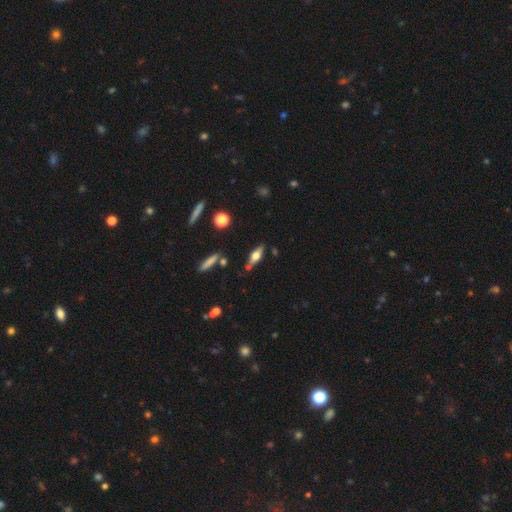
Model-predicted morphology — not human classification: A featured or disk galaxy (46%, tied with smooth). Merging: none (77%).